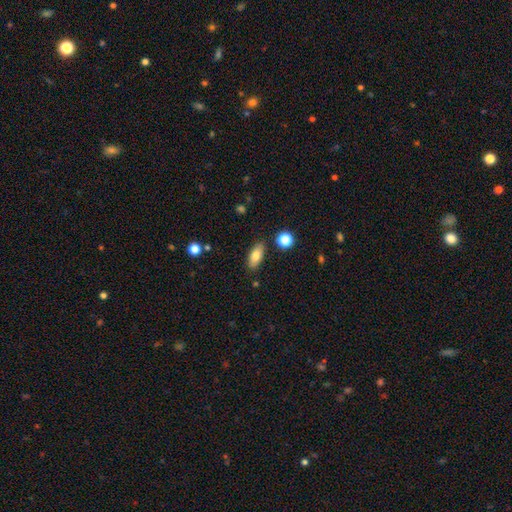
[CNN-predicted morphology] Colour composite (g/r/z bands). It shows a smooth galaxy with no disk features (78%) that is in between round and cigar-shaped (82%). Merging: none (84%).